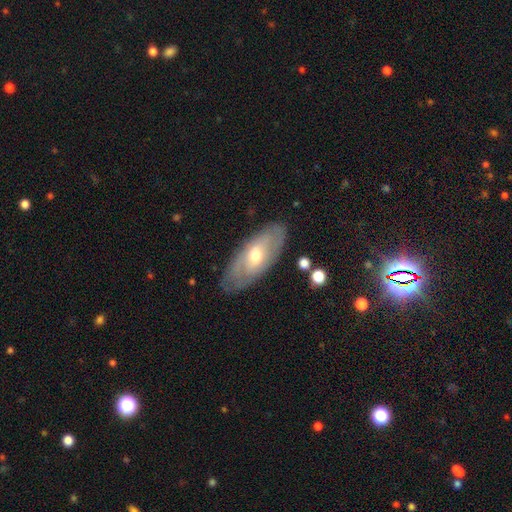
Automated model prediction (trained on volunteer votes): Smooth or featured? featured or disk (56%)
Edge-on disk? no (81%)
Merging? none (78%)